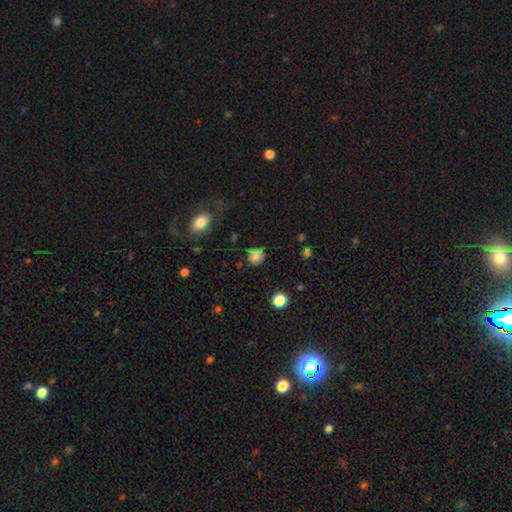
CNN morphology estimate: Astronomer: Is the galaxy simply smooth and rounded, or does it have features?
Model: smooth — 83%.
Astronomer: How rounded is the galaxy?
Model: round — 85%.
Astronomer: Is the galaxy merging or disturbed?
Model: none — 78%.